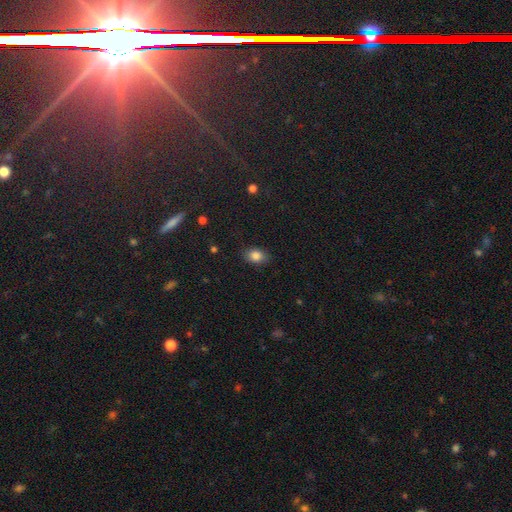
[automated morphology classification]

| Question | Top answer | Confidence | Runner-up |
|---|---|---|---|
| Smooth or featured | smooth | 84% | star or artifact (10%) |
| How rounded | in between | 77% | round (21%) |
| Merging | none | 86% | minor disturbance (10%) |